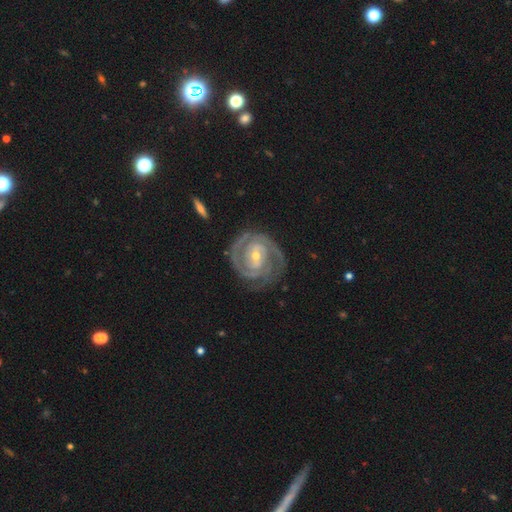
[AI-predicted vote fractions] A featured or disk galaxy (92%) with a weak bar (39%), 2 (64%) tight (77%) spiral arms (98%) and a small central bulge (56%). Merging: none (78%).